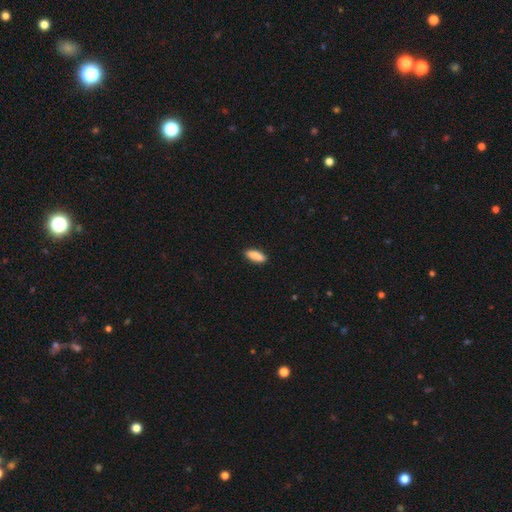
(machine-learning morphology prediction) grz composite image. It shows a smooth galaxy with no disk features (88%) that is in between round and cigar-shaped (64%). Merging: none (89%).